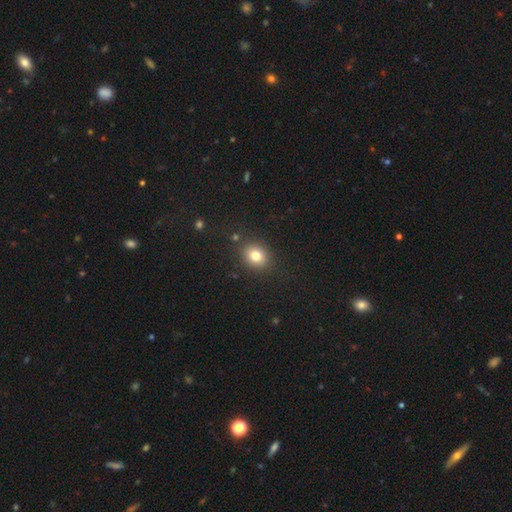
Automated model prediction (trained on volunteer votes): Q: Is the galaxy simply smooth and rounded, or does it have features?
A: smooth — 80%.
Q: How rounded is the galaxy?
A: round — 62%.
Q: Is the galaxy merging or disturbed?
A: none — 85%.